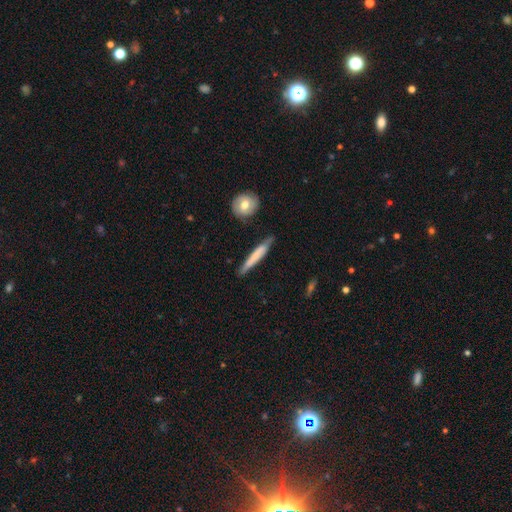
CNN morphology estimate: Smooth or featured: smooth — 60% (featured or disk — 35%)
How rounded: cigar-shaped — 94% (in between — 4%)
Merging: none — 79% (minor disturbance — 16%)